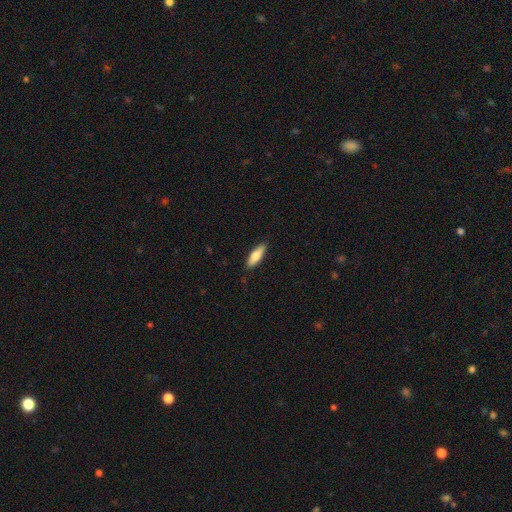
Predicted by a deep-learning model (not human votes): Smooth or featured? smooth (71%)
How rounded? cigar-shaped (52%)
Merging? none (88%)